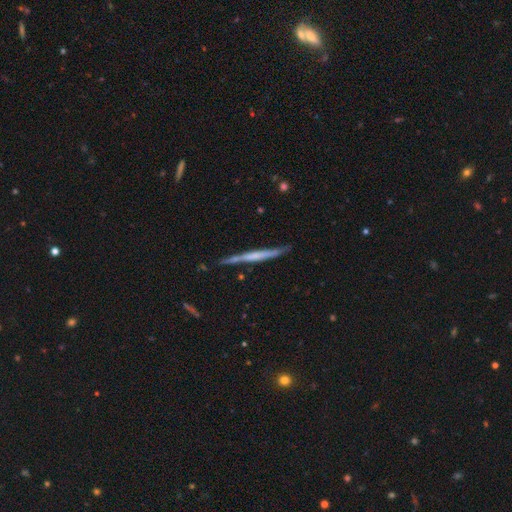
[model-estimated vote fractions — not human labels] A featured or disk galaxy (61%) viewed edge-on (95%) with no central bulge (60%).

Vote fractions:
- Smooth or featured? featured or disk: 61% / smooth: 33% / star or artifact: 5%
- Edge-on disk? yes: 95% / no: 5%
- Edge-on bulge? none: 60% / rounded: 20% / boxy: 19%
- Merging? none: 79% / minor disturbance: 15% / major disturbance: 3% / merger: 3%